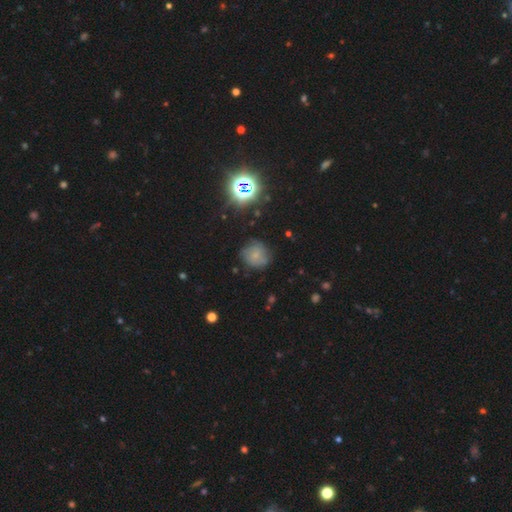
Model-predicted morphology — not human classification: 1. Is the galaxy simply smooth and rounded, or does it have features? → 59% smooth, 23% featured or disk, 19% star or artifact.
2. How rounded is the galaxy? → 87% round, 12% in between, 1% cigar-shaped.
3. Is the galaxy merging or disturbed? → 72% none, 20% minor disturbance, 6% major disturbance, 2% merger.